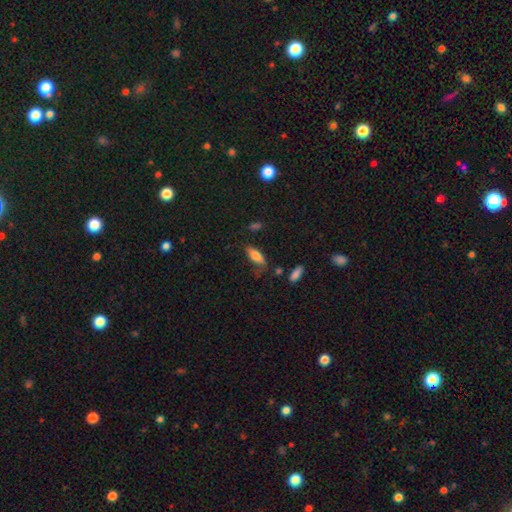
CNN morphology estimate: smooth-or-featured: smooth: 79% | featured or disk: 13% | star or artifact: 8%
  how-rounded: in between: 72% | cigar-shaped: 26% | round: 2%
  merging: none: 63% | minor disturbance: 25% | major disturbance: 8% | merger: 4%